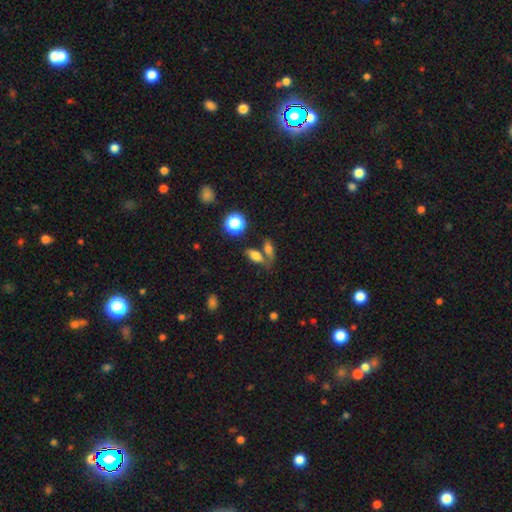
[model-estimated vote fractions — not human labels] smooth-or-featured: smooth: 76% | featured or disk: 13% | star or artifact: 12%
  how-rounded: in between: 82% | cigar-shaped: 10% | round: 9%
  merging: none: 44% | merger: 36% | minor disturbance: 13% | major disturbance: 7%